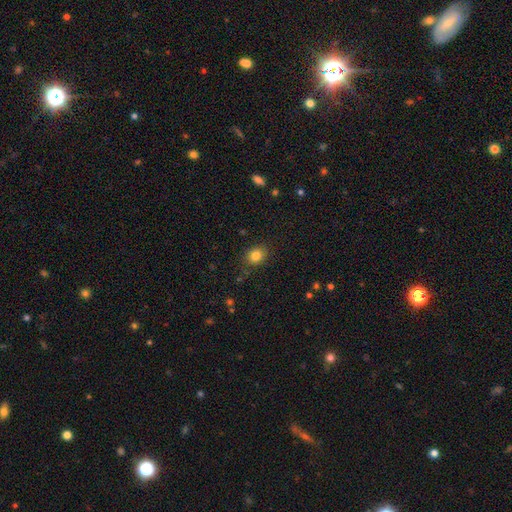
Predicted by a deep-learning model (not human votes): Morphology: type=smooth (83%); roundness=round (55%); merging=none (85%).